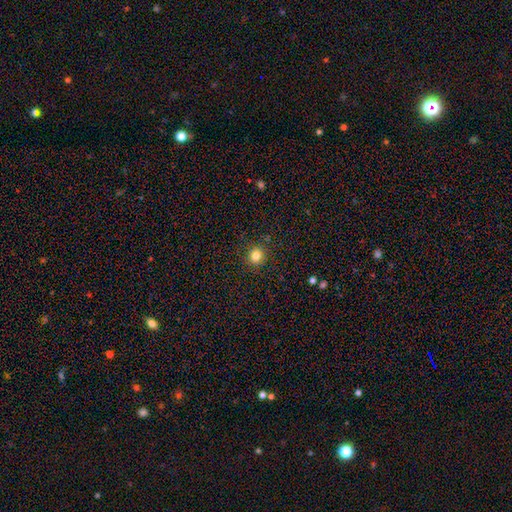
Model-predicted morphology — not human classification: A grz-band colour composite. It shows a smooth galaxy with no disk features (82%) that is round (87%). Merging: none (89%).